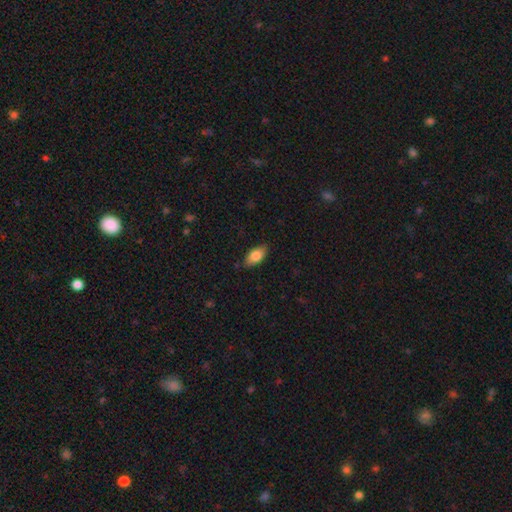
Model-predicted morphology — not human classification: smooth-or-featured: smooth: 79% | featured or disk: 14% | star or artifact: 7%
  how-rounded: in between: 89% | cigar-shaped: 7% | round: 4%
  merging: none: 84% | minor disturbance: 13% | major disturbance: 2% | merger: 1%